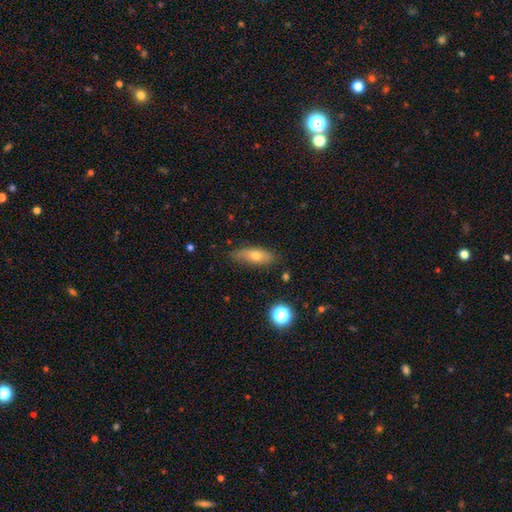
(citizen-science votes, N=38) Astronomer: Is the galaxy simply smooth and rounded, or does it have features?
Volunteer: smooth — 68%.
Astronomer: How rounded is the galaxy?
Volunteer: in between — 58% (runner-up: cigar-shaped, 35%).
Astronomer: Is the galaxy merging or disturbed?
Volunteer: none — 81%.